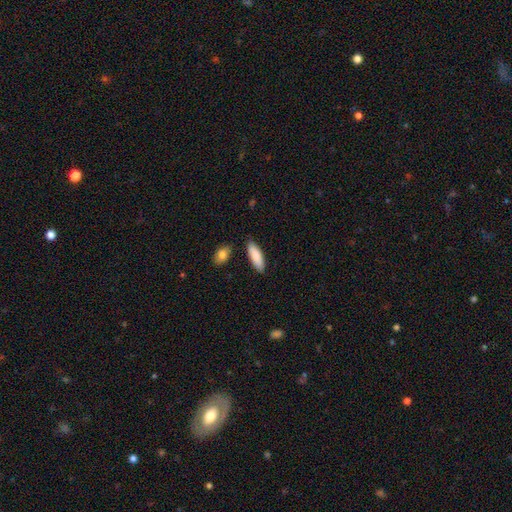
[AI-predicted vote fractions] Smooth or featured: smooth — 86% (featured or disk — 8%)
How rounded: in between — 56% (cigar-shaped — 43%)
Merging: none — 85% (minor disturbance — 10%)